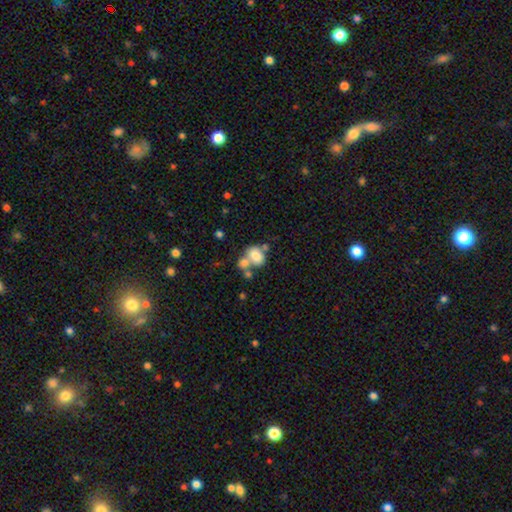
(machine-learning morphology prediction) Smooth or featured? smooth (71%)
How rounded? in between (60%)
Merging? merger (48%)